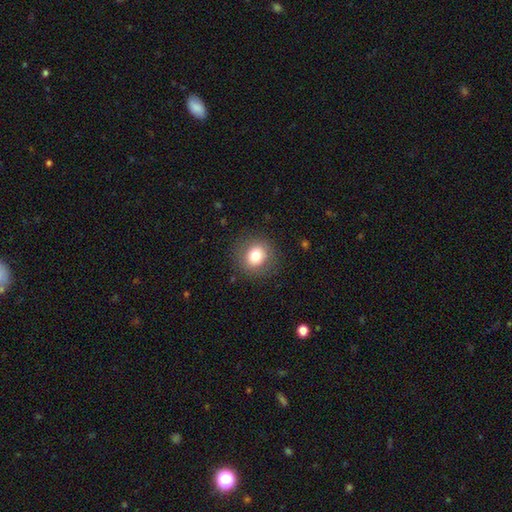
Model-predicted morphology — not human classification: Smooth or featured?
  - smooth: 78% *
  - featured or disk: 12%
  - star or artifact: 11%
How rounded?
  - round: 86% *
  - in between: 13%
  - cigar-shaped: 1%
Merging?
  - none: 87% *
  - minor disturbance: 8%
  - major disturbance: 4%
  - merger: 1%